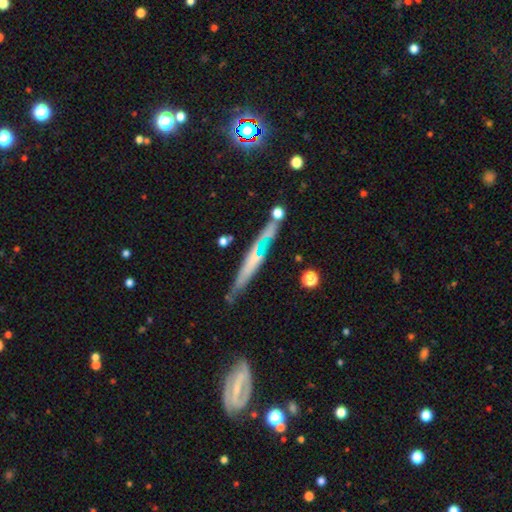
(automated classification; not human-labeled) Smooth or featured? Predicted: featured or disk (p=0.61). Edge-on disk? Predicted: yes (p=0.75). Merging? Predicted: none (p=0.63).